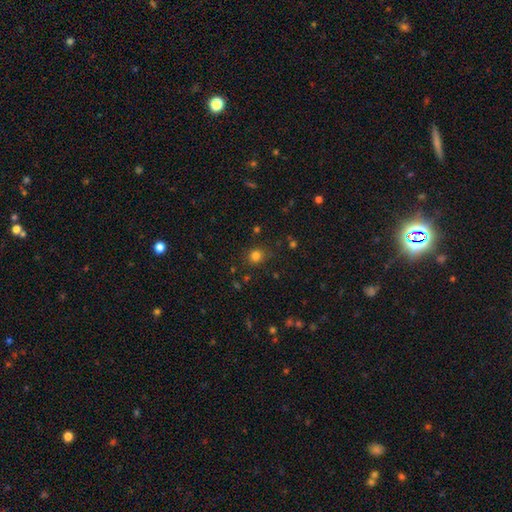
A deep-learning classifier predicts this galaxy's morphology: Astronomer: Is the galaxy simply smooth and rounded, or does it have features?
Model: smooth — 78%.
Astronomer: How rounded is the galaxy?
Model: round — 76%.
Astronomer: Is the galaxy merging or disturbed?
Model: none — 81%.